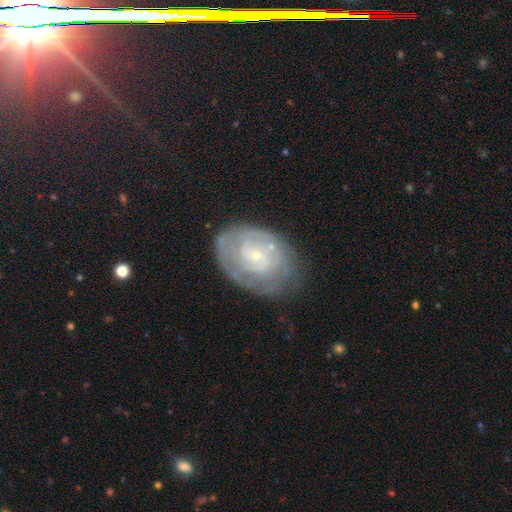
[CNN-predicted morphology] A featured or disk galaxy (77%) with no bar (72%), tight (72%) spiral arms (83%) and a small central bulge (81%).

Vote fractions:
- Smooth or featured? featured or disk: 77% / smooth: 17% / star or artifact: 6%
- Edge-on disk? no: 97% / yes: 3%
- Bar? no: 72% / weak: 24% / strong: 5%
- Spiral arms? yes: 83% / no: 17%
- Spiral winding? tight: 72% / medium: 21% / loose: 7%
- Spiral arm count? can't tell: 52% / 2: 24% / 3: 9% / 1: 6% / 4: 5% / more than 4: 4%
- Bulge size? small: 81% / moderate: 15% / none: 2% / large: 1% / dominant: 1%
- Merging? none: 67% / minor disturbance: 22% / major disturbance: 9% / merger: 2%